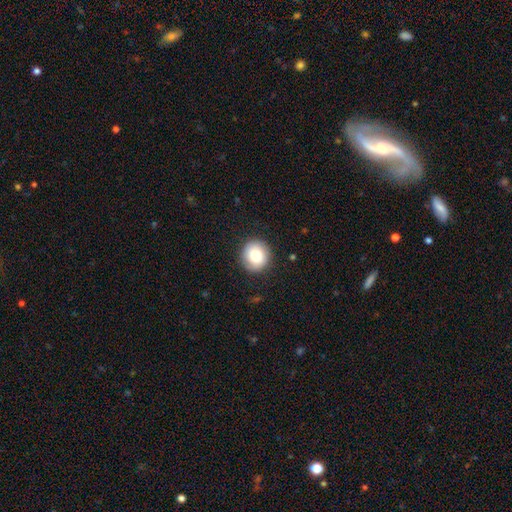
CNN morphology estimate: A smooth galaxy with no disk features (80%) that is round (92%).

Vote fractions:
- Smooth or featured? smooth: 80% / featured or disk: 12% / star or artifact: 9%
- How rounded? round: 92% / in between: 7% / cigar-shaped: 1%
- Merging? none: 88% / minor disturbance: 9% / major disturbance: 3% / merger: 1%